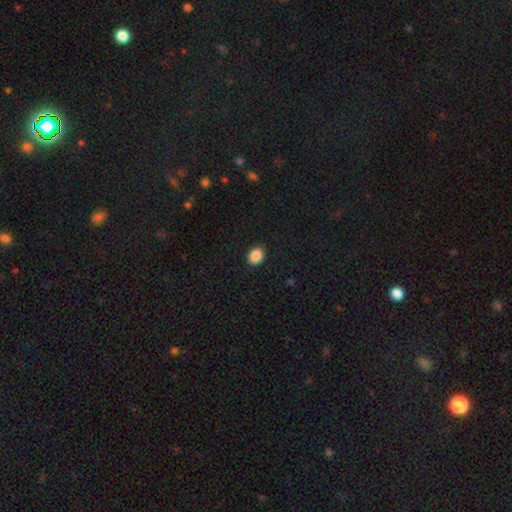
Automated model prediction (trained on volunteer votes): This appears to be a smooth galaxy with no disk features (89%) that is round (51%). Merging: none (91%).